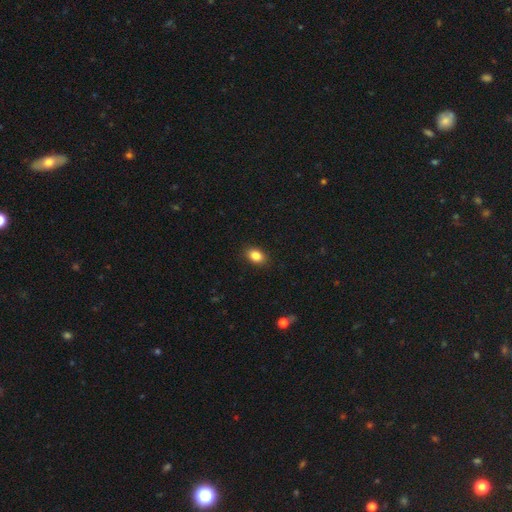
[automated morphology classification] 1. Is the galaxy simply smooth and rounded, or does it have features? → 85% smooth, 9% star or artifact, 6% featured or disk.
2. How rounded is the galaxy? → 79% in between, 20% round, 1% cigar-shaped.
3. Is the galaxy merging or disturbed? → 89% none, 8% minor disturbance, 2% major disturbance, 1% merger.